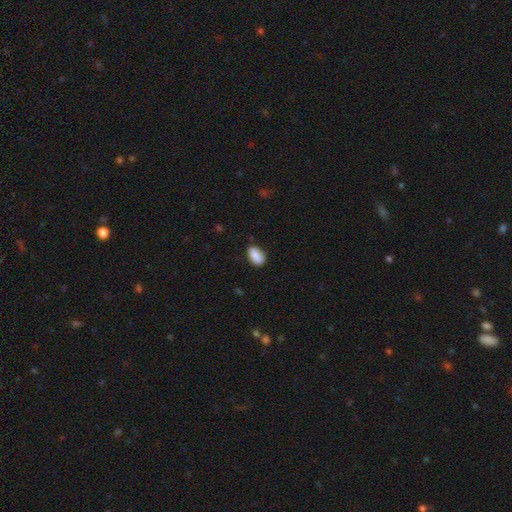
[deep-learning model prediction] The model was most divided on "merging": none: 79%, minor disturbance: 16%, major disturbance: 3%, merger: 1%. More confident: how rounded — in between (91%); smooth or featured — smooth (86%).